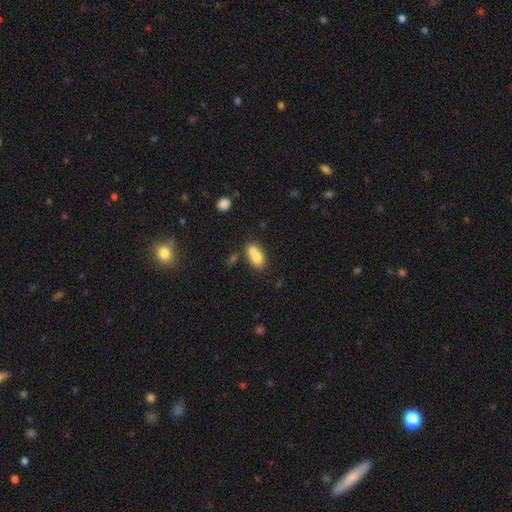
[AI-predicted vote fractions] Q: Smooth or featured?
A: smooth (73%); runner-up: featured or disk (19%)
Q: How rounded?
A: in between (82%); runner-up: round (14%)
Q: Merging?
A: merger (50%); runner-up: none (33%)